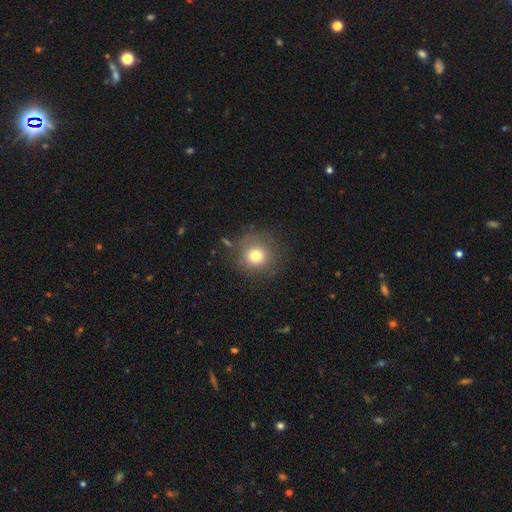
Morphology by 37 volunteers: Smooth or featured: smooth — 92% (star or artifact — 5%)
How rounded: round — 88% (in between — 9%)
Merging: none — 80% (minor disturbance — 14%)